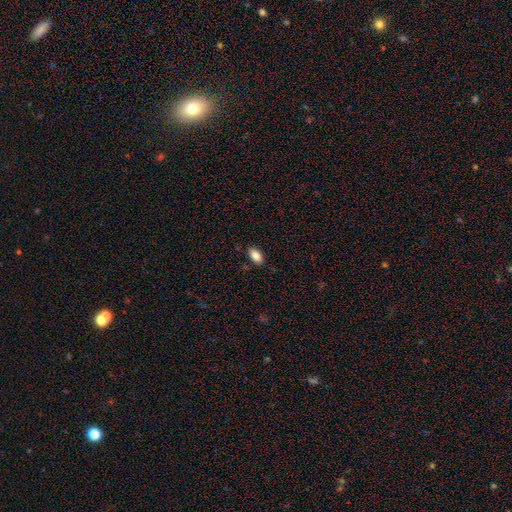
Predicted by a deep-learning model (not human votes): A smooth galaxy with no disk features (86%) that is in between round and cigar-shaped (92%). Merging: none (85%).